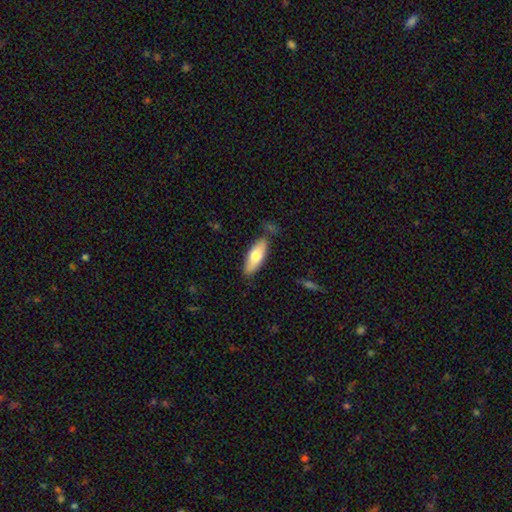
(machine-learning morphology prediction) This is likely a smooth galaxy (70%). How rounded: likely in between (66%). Merging: likely none (79%).